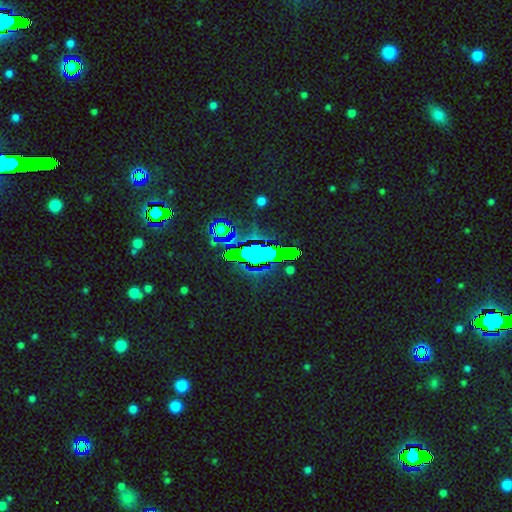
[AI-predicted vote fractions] Smooth or featured? Predicted: star or artifact (p=0.73).